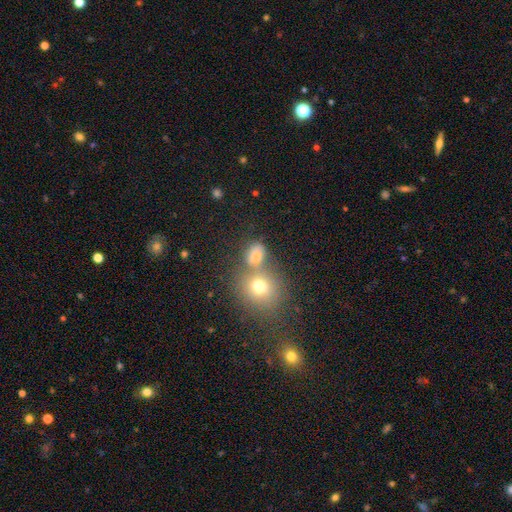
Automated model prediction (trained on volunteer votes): Smooth or featured?
  - smooth: 72% *
  - star or artifact: 16%
  - featured or disk: 12%
How rounded?
  - round: 56% *
  - in between: 43%
  - cigar-shaped: 1%
Merging?
  - none: 49% *
  - merger: 35%
  - minor disturbance: 11%
  - major disturbance: 6%